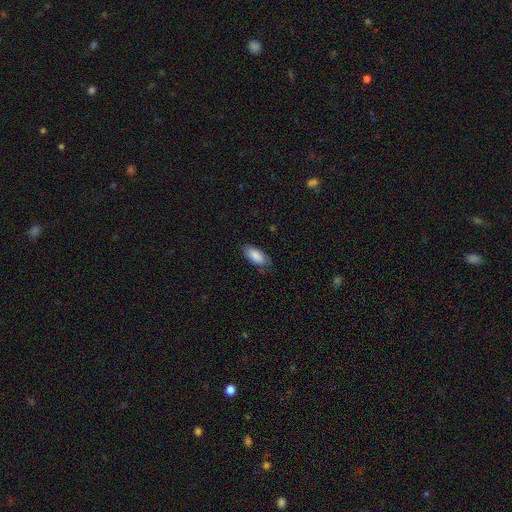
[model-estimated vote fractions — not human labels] smooth_or_featured: smooth (p=0.86) [alt: featured or disk p=0.07]
how_rounded: in between (p=0.90) [alt: cigar-shaped p=0.08]
merging: none (p=0.75) [alt: minor disturbance p=0.20]